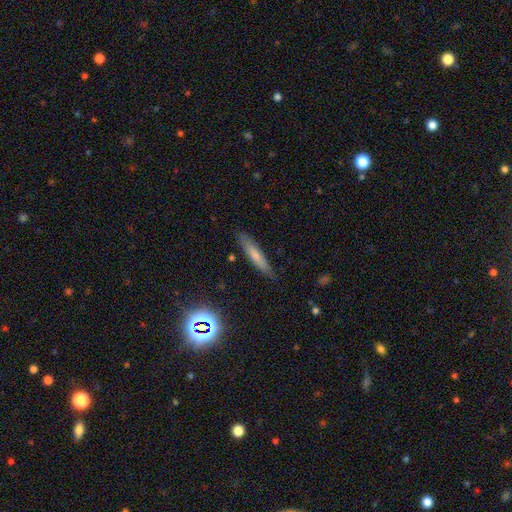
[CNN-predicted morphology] Smooth or featured?
  - smooth: 67% *
  - featured or disk: 24%
  - star or artifact: 9%
How rounded?
  - cigar-shaped: 89% *
  - in between: 10%
  - round: 2%
Merging?
  - none: 84% *
  - minor disturbance: 12%
  - major disturbance: 2%
  - merger: 2%